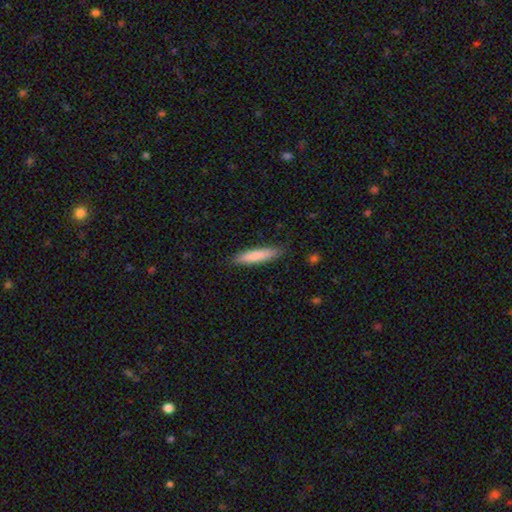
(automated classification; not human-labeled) Smooth or featured?
  - smooth: 83% *
  - featured or disk: 12%
  - star or artifact: 5%
How rounded?
  - cigar-shaped: 85% *
  - in between: 14%
  - round: 1%
Merging?
  - none: 86% *
  - minor disturbance: 11%
  - major disturbance: 2%
  - merger: 1%